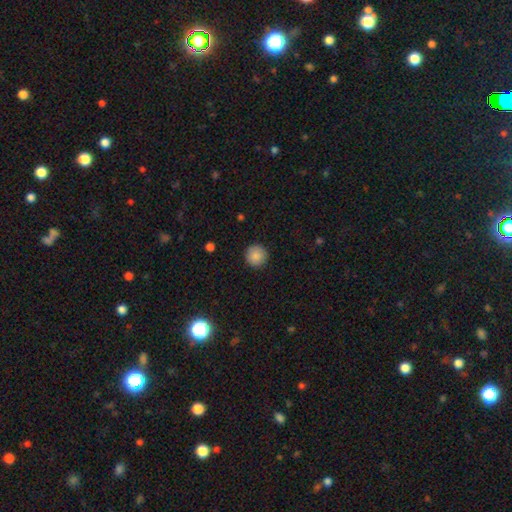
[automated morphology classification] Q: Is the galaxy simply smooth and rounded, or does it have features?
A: smooth — 87%.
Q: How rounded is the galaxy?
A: round — 96%.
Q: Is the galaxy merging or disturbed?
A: none — 92%.